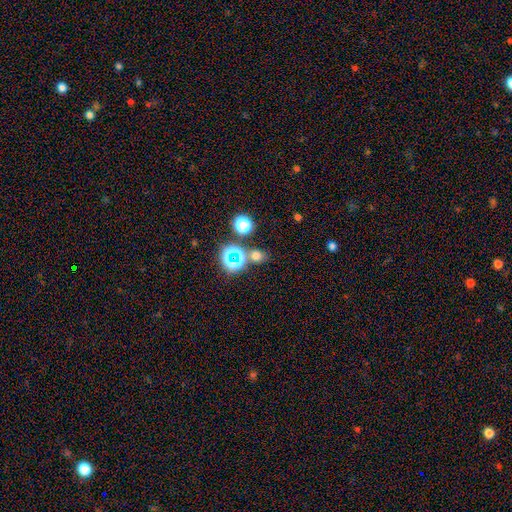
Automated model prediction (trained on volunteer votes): smooth 59%, star or artifact 34%, featured or disk 7%. Down the decision tree: how rounded — round (69%); merging — none (72%).